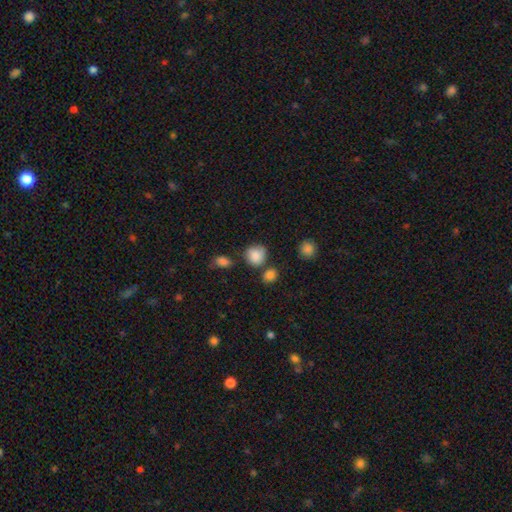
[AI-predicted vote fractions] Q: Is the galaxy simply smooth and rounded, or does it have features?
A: smooth — 84%.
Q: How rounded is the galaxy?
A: round — 81%.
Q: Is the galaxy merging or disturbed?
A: none — 67%.